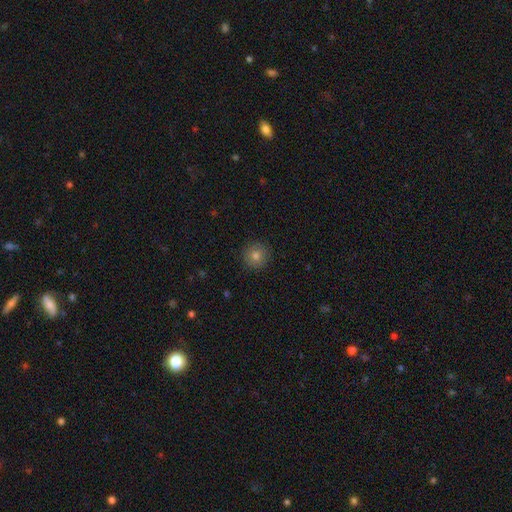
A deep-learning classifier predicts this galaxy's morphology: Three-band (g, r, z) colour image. It shows a smooth galaxy with no disk features (78%) that is round (95%). Merging: none (91%).